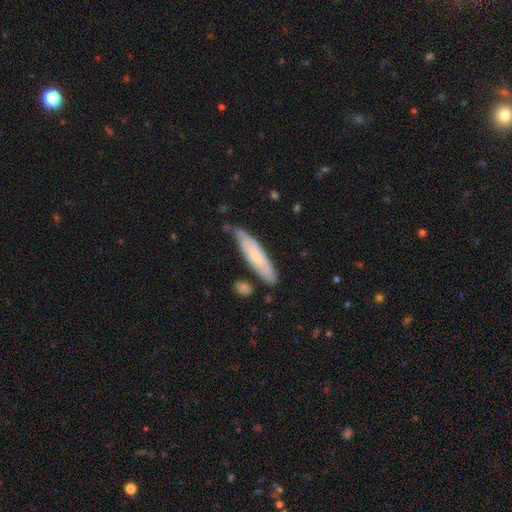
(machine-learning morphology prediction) This is possibly a smooth galaxy (52%). How rounded: likely cigar-shaped (75%). Merging: likely none (63%).